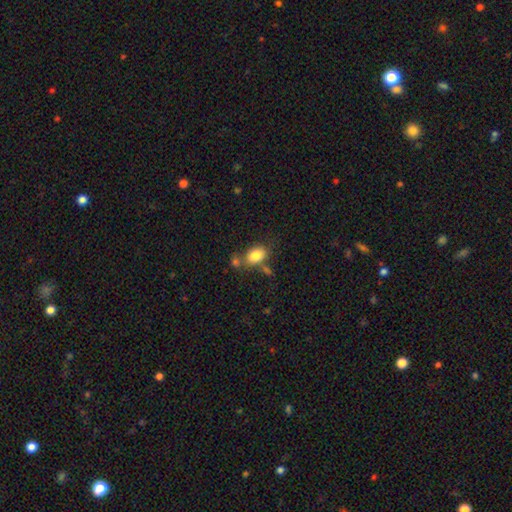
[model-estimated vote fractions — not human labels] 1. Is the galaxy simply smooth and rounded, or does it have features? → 82% smooth, 9% star or artifact, 9% featured or disk.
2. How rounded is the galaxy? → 81% in between, 18% round, 2% cigar-shaped.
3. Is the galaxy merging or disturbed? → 57% none, 22% merger, 16% minor disturbance, 6% major disturbance.